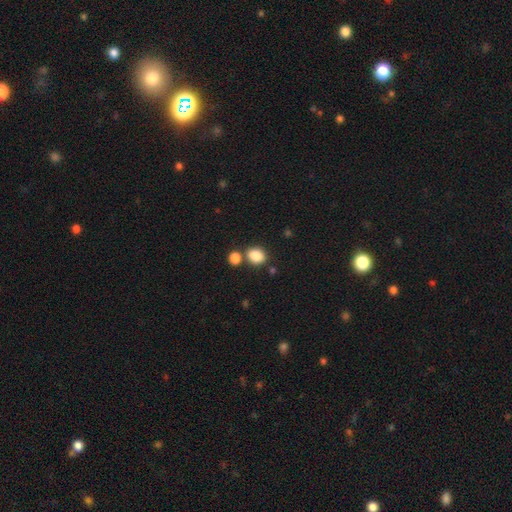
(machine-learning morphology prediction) A smooth galaxy with no disk features (86%) that is round (55%).

Vote fractions:
- Smooth or featured? smooth: 86% / star or artifact: 10% / featured or disk: 5%
- How rounded? round: 55% / in between: 44% / cigar-shaped: 1%
- Merging? none: 65% / merger: 21% / minor disturbance: 10% / major disturbance: 3%